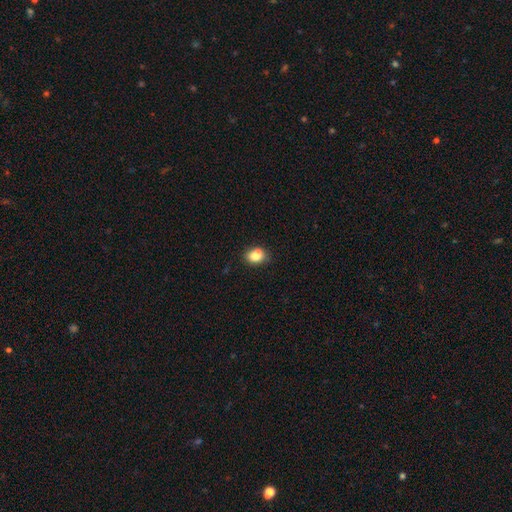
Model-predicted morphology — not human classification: type=smooth (81%); roundness=in between (58%); merging=none (61%).